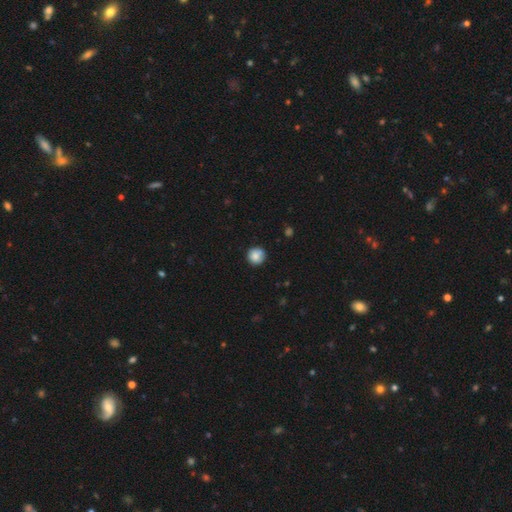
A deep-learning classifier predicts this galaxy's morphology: smooth_or_featured: smooth (p=0.82) [alt: featured or disk p=0.09]
how_rounded: round (p=0.94) [alt: in between p=0.06]
merging: none (p=0.79) [alt: minor disturbance p=0.15]